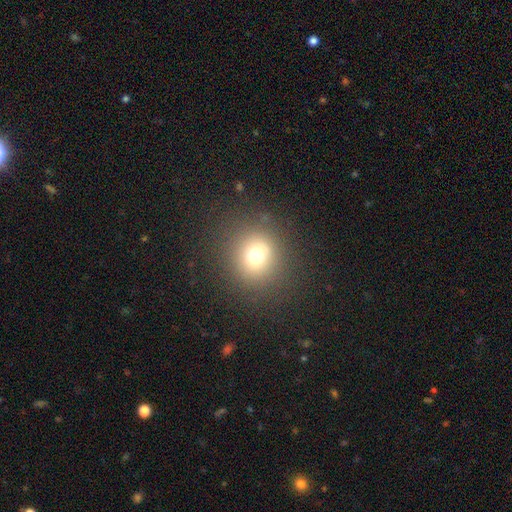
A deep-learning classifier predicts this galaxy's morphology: A smooth galaxy with no disk features (71%) that is round (88%). Merging: none (85%).